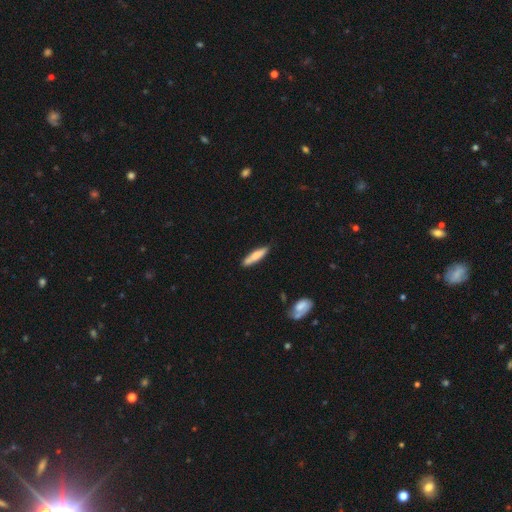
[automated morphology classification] This appears to be a smooth galaxy with no disk features (75%) that is cigar-shaped (83%). Merging: none (83%).